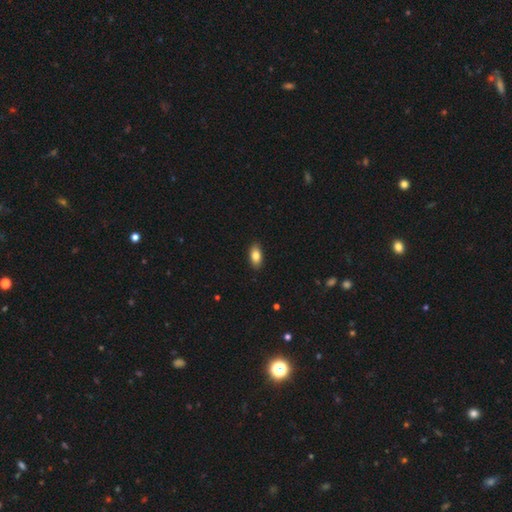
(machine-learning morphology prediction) Overall: smooth (84%). How rounded: in between (90%). Merging: none (89%).